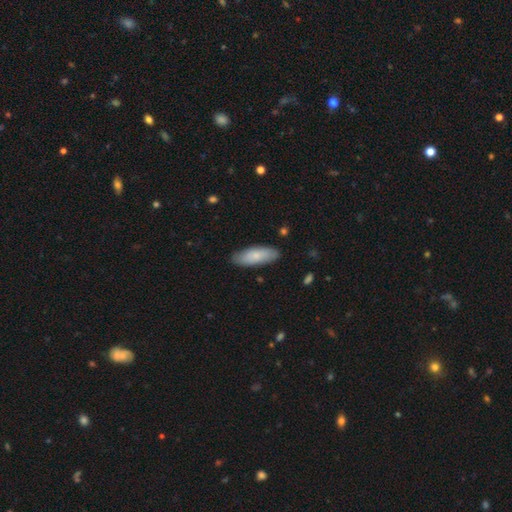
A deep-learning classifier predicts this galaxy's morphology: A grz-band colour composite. It shows a smooth galaxy with no disk features (80%) that is in between round and cigar-shaped (69%). Merging: none (86%).